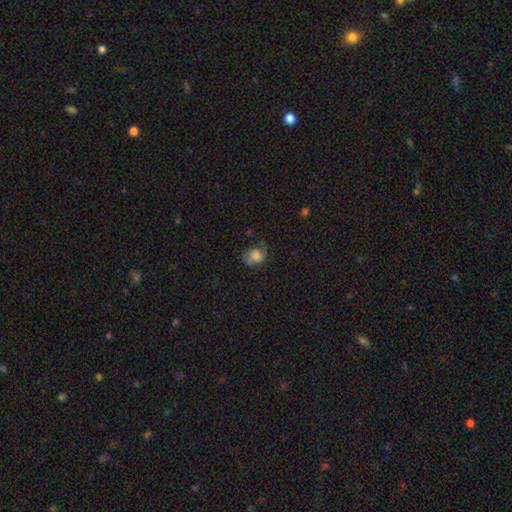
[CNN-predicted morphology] A smooth galaxy with no disk features (74%) that is round (61%). Merging: none (44%).